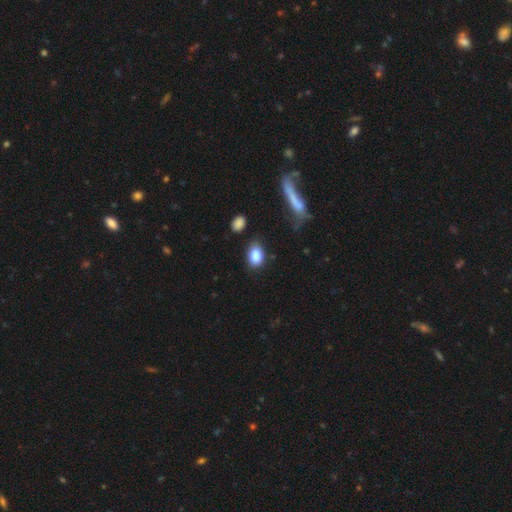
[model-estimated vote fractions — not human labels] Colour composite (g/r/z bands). It shows a smooth galaxy with no disk features (86%) that is in between round and cigar-shaped (85%). Merging: none (71%).